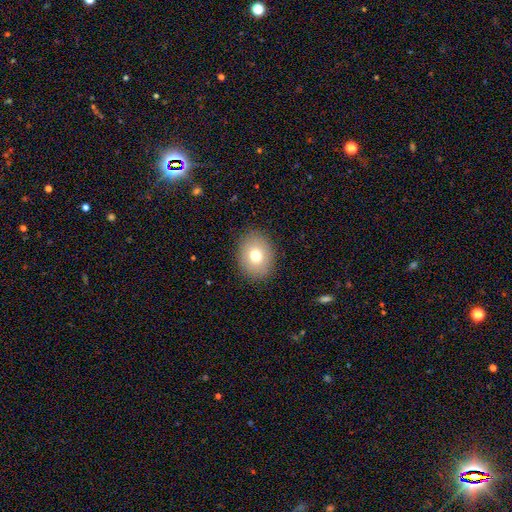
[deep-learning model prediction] This is likely a smooth galaxy (75%). How rounded: possibly round (51%). Merging: clearly none (88%).